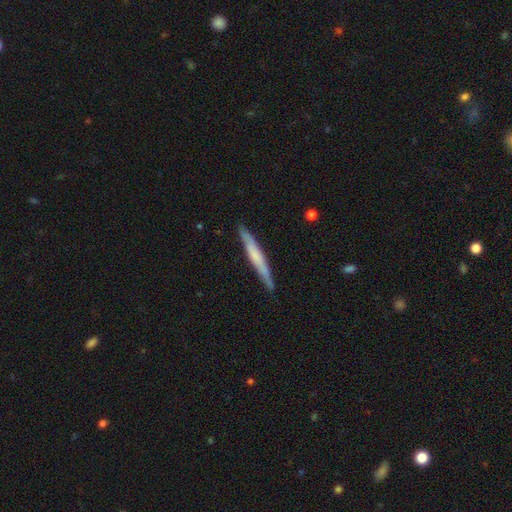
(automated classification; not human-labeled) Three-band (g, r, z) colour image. It shows a smooth galaxy with no disk features (49%). Merging: none (87%).